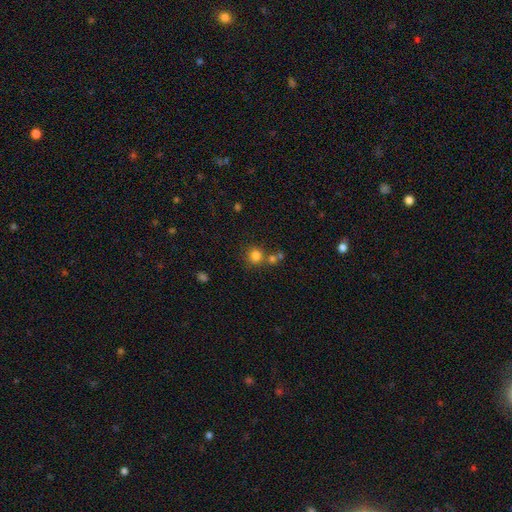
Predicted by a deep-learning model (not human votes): This is likely a smooth galaxy (80%). How rounded: clearly round (87%). Merging: likely none (64%).